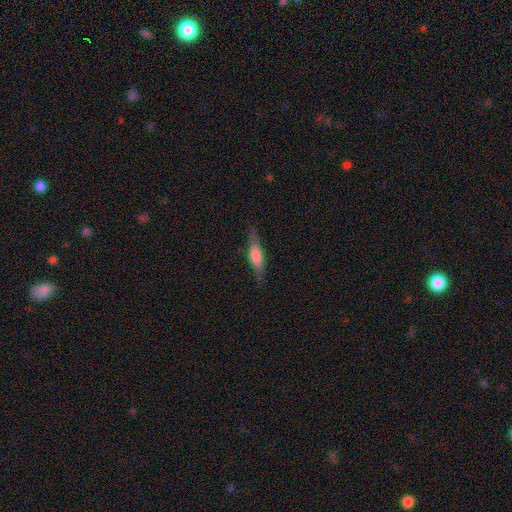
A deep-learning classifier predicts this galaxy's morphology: Smooth or featured? Predicted: smooth (p=0.58). How rounded? Predicted: cigar-shaped (p=0.61). Merging? Predicted: none (p=0.77).